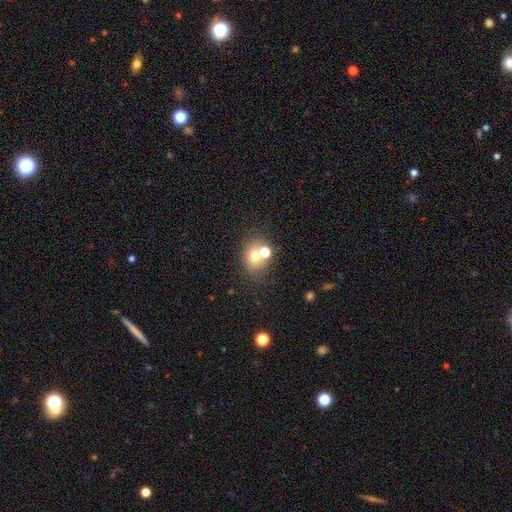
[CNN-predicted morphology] smooth 68%, featured or disk 16%, star or artifact 16%. Down the decision tree: how rounded — round (60%); merging — none (55%).